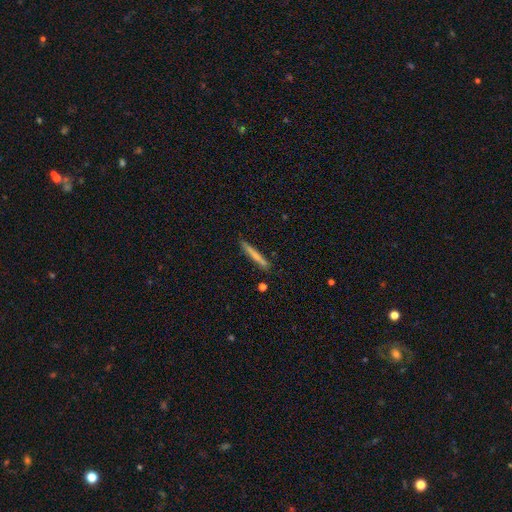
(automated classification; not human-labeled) Smooth or featured? Predicted: smooth (p=0.71). How rounded? Predicted: cigar-shaped (p=0.96). Merging? Predicted: none (p=0.86).